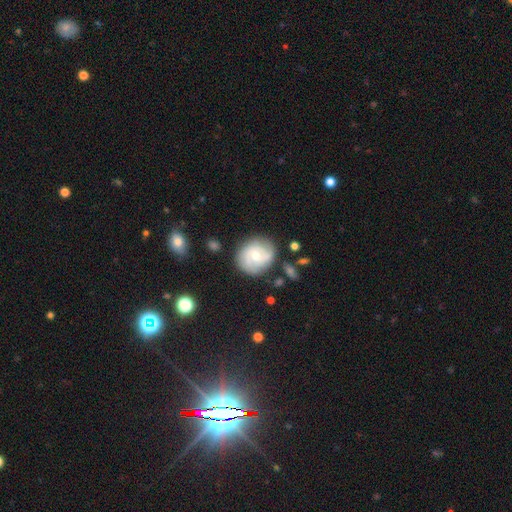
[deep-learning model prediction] Q: Smooth or featured?
A: featured or disk (66%); runner-up: smooth (27%)
Q: Edge-on disk?
A: no (97%); runner-up: yes (3%)
Q: Bar?
A: no (53%); runner-up: weak (39%)
Q: Spiral arms?
A: yes (85%); runner-up: no (15%)
Q: Spiral winding?
A: tight (47%); runner-up: medium (37%)
Q: Spiral arm count?
A: 2 (50%); runner-up: can't tell (25%)
Q: Bulge size?
A: moderate (55%); runner-up: small (41%)
Q: Merging?
A: none (74%); runner-up: minor disturbance (17%)